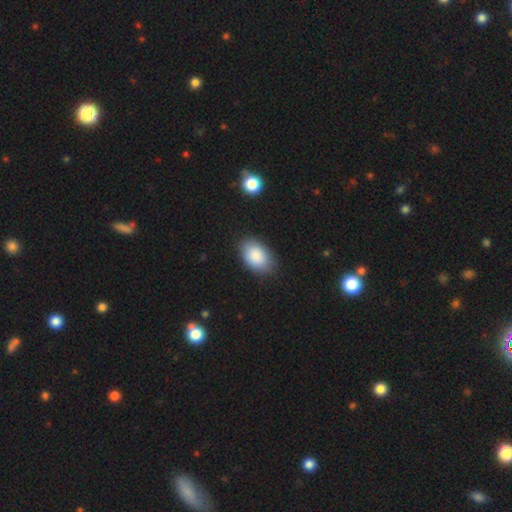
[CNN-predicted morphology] Smooth or featured? smooth (87%)
How rounded? in between (91%)
Merging? none (84%)